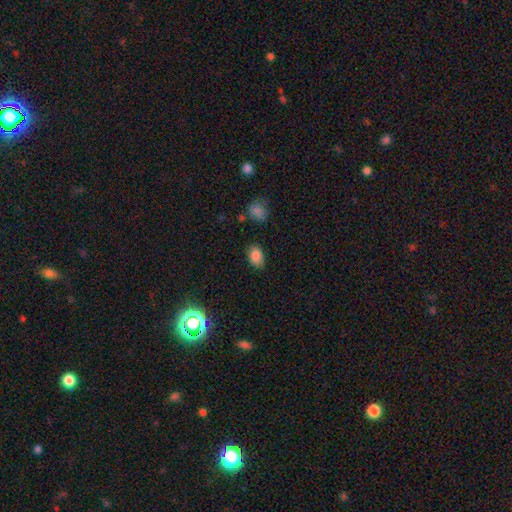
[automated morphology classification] Smooth or featured: smooth — 84% (star or artifact — 10%)
How rounded: in between — 83% (round — 16%)
Merging: none — 80% (minor disturbance — 15%)